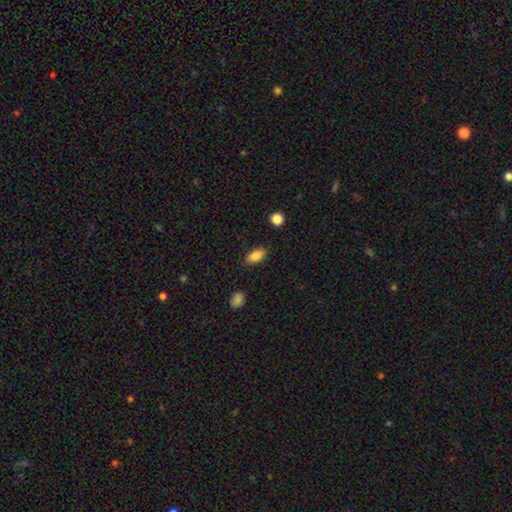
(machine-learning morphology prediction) Overall: smooth (86%). How rounded: in between (90%). Merging: none (87%).